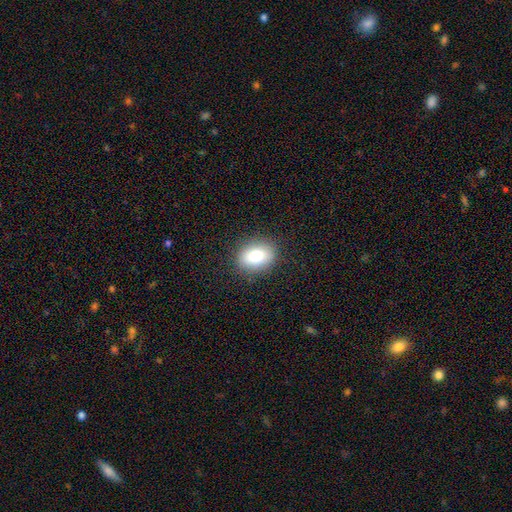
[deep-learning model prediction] This appears to be a smooth galaxy with no disk features (81%) that is in between round and cigar-shaped (69%). Merging: none (87%).